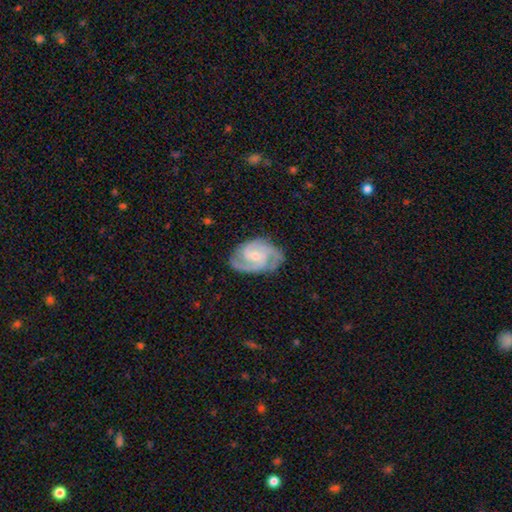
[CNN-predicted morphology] A featured or disk galaxy (89%) with no bar (58%), 3 (45%) tight (48%) spiral arms (98%) and a small central bulge (59%).

Vote fractions:
- Smooth or featured? featured or disk: 89% / smooth: 7% / star or artifact: 4%
- Edge-on disk? no: 98% / yes: 2%
- Bar? no: 58% / weak: 36% / strong: 7%
- Spiral arms? yes: 98% / no: 2%
- Spiral winding? tight: 48% / medium: 45% / loose: 6%
- Spiral arm count? 3: 45% / 2: 36% / can't tell: 8% / 4: 5% / 1: 3% / more than 4: 3%
- Bulge size? small: 59% / moderate: 37% / none: 2% / large: 1% / dominant: 1%
- Merging? none: 77% / minor disturbance: 17% / major disturbance: 5% / merger: 1%